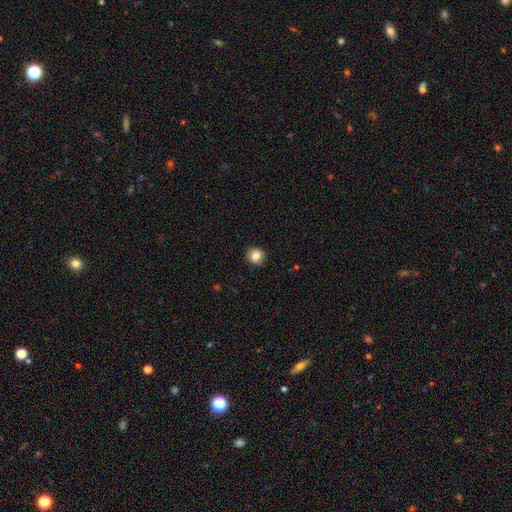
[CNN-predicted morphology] Q: Smooth or featured?
A: smooth (84%); runner-up: star or artifact (10%)
Q: How rounded?
A: round (90%); runner-up: in between (9%)
Q: Merging?
A: none (90%); runner-up: minor disturbance (7%)